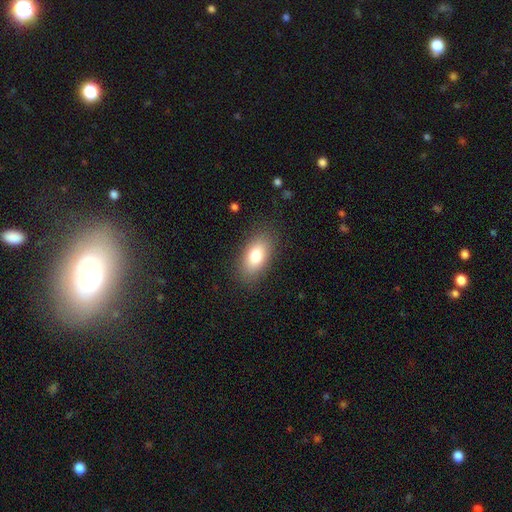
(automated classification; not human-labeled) Overall: smooth (78%). How rounded: in between (90%). Merging: none (86%).